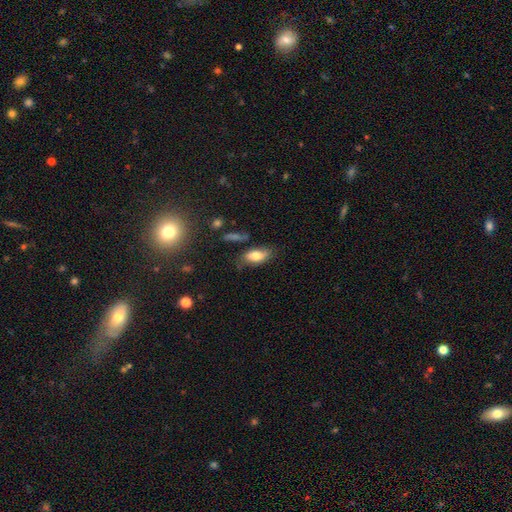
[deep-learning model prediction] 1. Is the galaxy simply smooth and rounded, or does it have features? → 72% smooth, 21% featured or disk, 8% star or artifact.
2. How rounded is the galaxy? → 85% in between, 11% cigar-shaped, 4% round.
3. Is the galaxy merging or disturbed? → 66% none, 23% minor disturbance, 6% major disturbance, 4% merger.